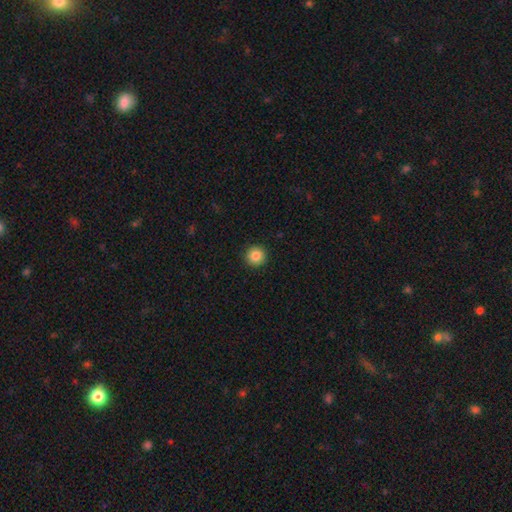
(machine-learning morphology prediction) smooth_or_featured: smooth (p=0.86) [alt: star or artifact p=0.10]
how_rounded: round (p=0.96) [alt: in between p=0.03]
merging: none (p=0.93) [alt: minor disturbance p=0.04]